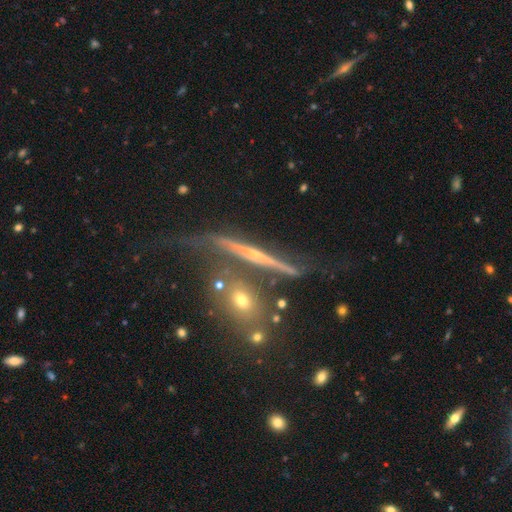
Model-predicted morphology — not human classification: This is likely a featured or disk galaxy (77%). It is clearly viewed edge-on (92%). Edge-on bulge: likely rounded (61%). Merging: possibly none (59%).